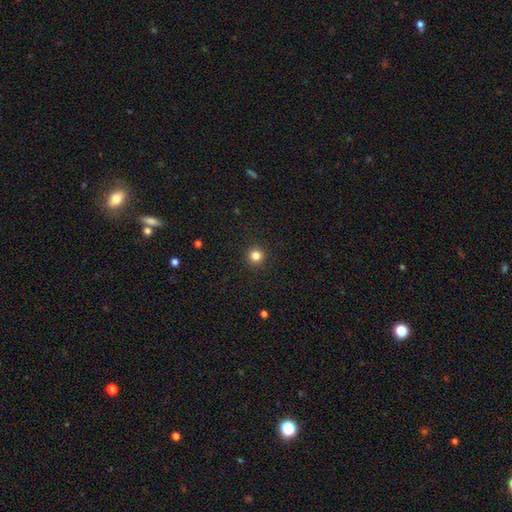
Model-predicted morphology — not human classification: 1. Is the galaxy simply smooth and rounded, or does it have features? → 83% smooth, 13% star or artifact, 5% featured or disk.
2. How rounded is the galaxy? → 96% round, 4% in between, 1% cigar-shaped.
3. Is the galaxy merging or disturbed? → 93% none, 4% minor disturbance, 2% major disturbance, 1% merger.